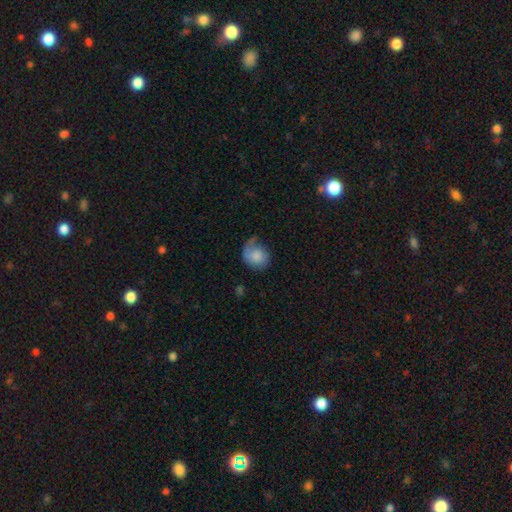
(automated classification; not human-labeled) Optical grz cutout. It shows a smooth galaxy with no disk features (71%) that is round (65%). Merging: none (42%).